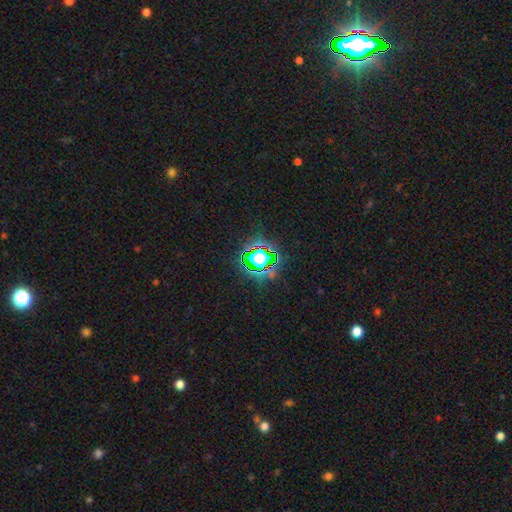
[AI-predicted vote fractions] star or artifact 66%, smooth 22%, featured or disk 12%.